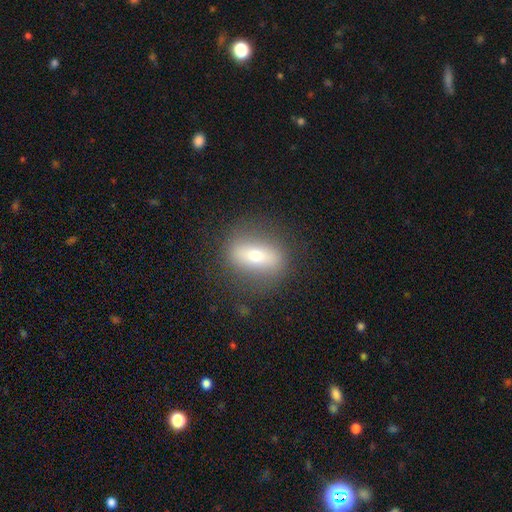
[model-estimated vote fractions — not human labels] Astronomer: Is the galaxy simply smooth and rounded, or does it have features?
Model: smooth — 50% (runner-up: featured or disk, 41%).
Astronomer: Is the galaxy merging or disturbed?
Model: none — 82%.